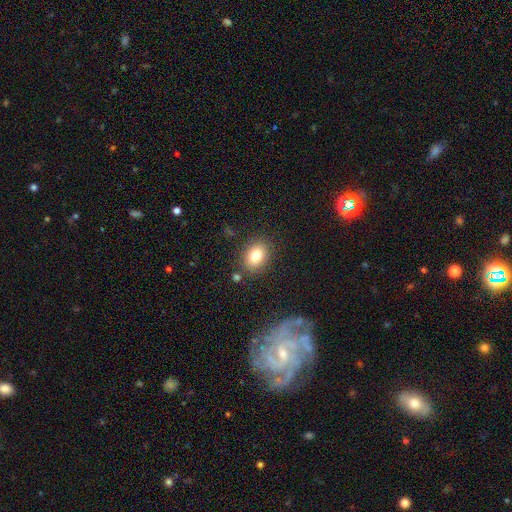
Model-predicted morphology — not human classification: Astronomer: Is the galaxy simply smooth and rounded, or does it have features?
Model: smooth — 79%.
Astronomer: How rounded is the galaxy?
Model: in between — 59% (runner-up: round, 40%).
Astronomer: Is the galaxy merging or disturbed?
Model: none — 83%.